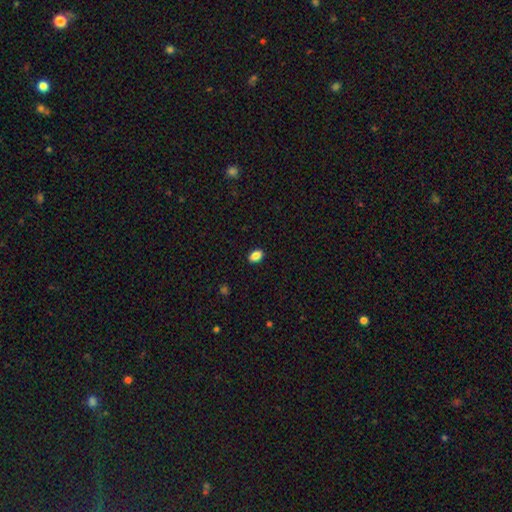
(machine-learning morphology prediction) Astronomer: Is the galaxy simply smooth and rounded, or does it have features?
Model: smooth — 87%.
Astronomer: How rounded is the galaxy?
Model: in between — 83%.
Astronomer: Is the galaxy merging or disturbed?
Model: none — 90%.